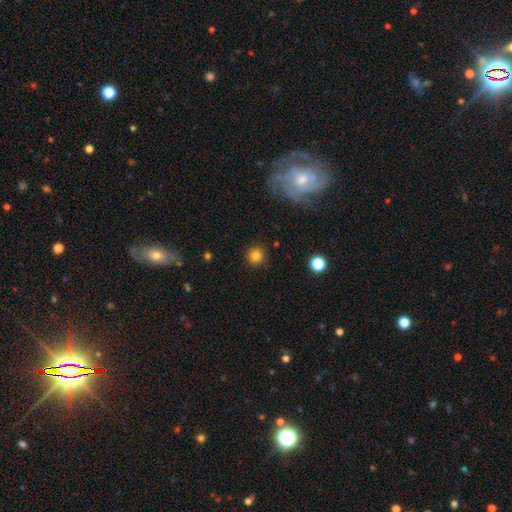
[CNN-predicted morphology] smooth 82%, star or artifact 12%, featured or disk 5%. Down the decision tree: how rounded — round (94%); merging — none (91%).